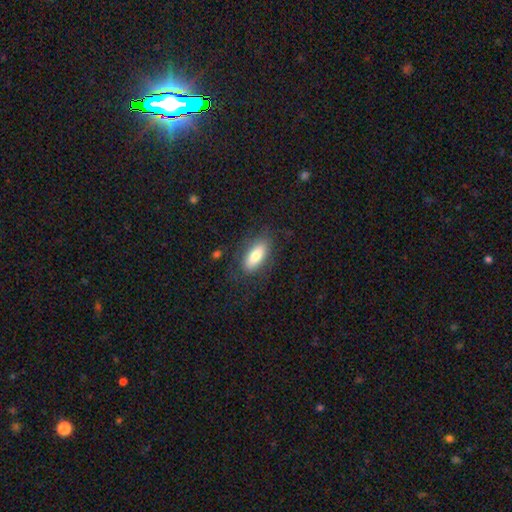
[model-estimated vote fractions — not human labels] Smooth or featured? smooth (72%)
How rounded? in between (79%)
Merging? none (77%)